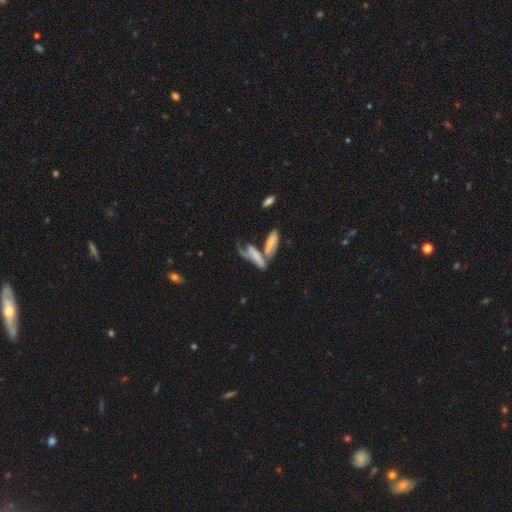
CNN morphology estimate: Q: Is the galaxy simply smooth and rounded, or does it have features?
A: smooth — 50%.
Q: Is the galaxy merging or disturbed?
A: merger — 44%.